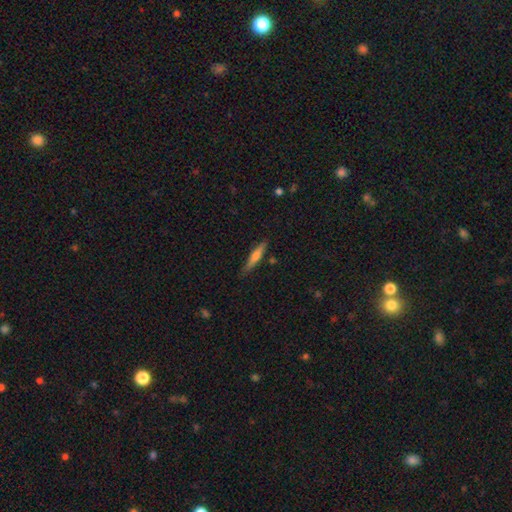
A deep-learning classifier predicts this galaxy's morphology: smooth 51%, featured or disk 43%, star or artifact 6%. Down the decision tree: how rounded — cigar-shaped (88%); merging — none (83%).